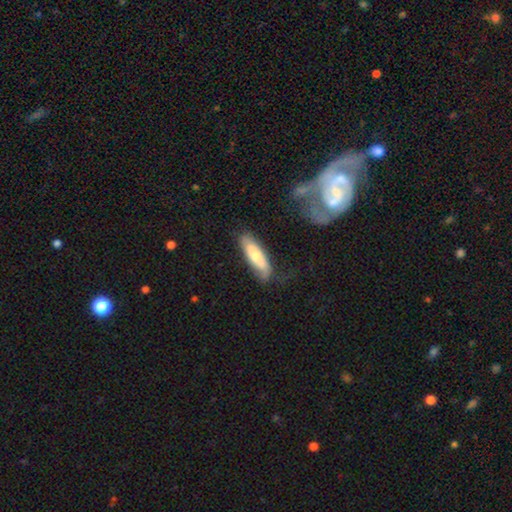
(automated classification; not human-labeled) A smooth galaxy with no disk features (64%) that is cigar-shaped (53%). Merging: none (66%).